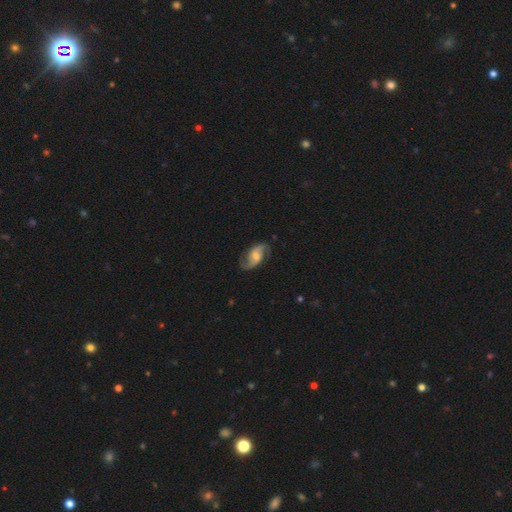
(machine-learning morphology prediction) Smooth or featured?
  - featured or disk: 86% *
  - smooth: 9%
  - star or artifact: 5%
Edge-on disk?
  - no: 97% *
  - yes: 3%
Bar?
  - weak: 49% *
  - no: 36%
  - strong: 15%
Spiral arms?
  - yes: 97% *
  - no: 3%
Spiral winding?
  - loose: 45% *
  - medium: 44%
  - tight: 12%
Spiral arm count?
  - 2: 93% *
  - can't tell: 3%
  - 3: 1%
  - 1: 1%
  - 4: 1%
  - more than 4: 1%
Bulge size?
  - moderate: 49% *
  - small: 34%
  - none: 8%
  - large: 7%
  - dominant: 1%
Merging?
  - none: 81% *
  - minor disturbance: 13%
  - major disturbance: 5%
  - merger: 1%